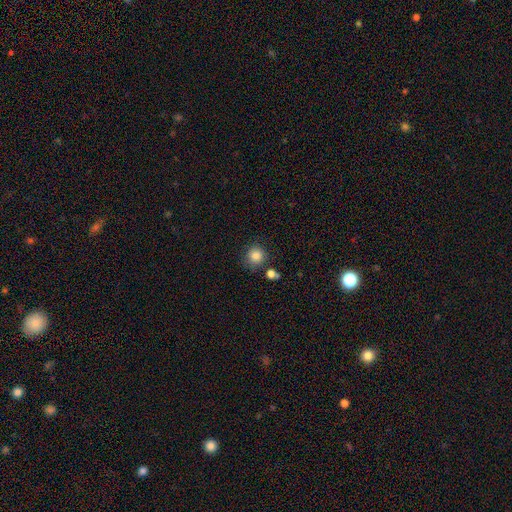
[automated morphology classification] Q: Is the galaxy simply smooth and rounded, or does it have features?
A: smooth — 84%.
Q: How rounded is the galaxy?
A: round — 91%.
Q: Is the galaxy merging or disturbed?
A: none — 78%.